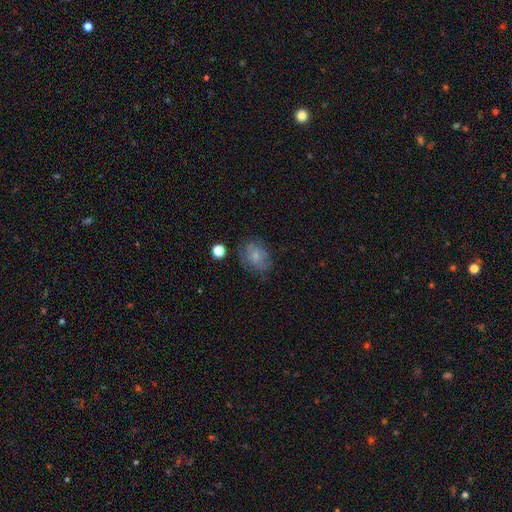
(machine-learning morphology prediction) Smooth or featured? smooth (65%)
How rounded? in between (53%)
Merging? none (63%)